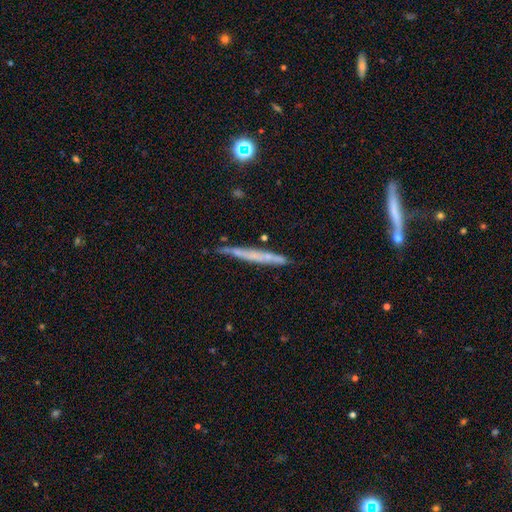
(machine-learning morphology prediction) Q: Smooth or featured?
A: featured or disk (48%); runner-up: smooth (43%)
Q: Merging?
A: none (74%); runner-up: minor disturbance (19%)